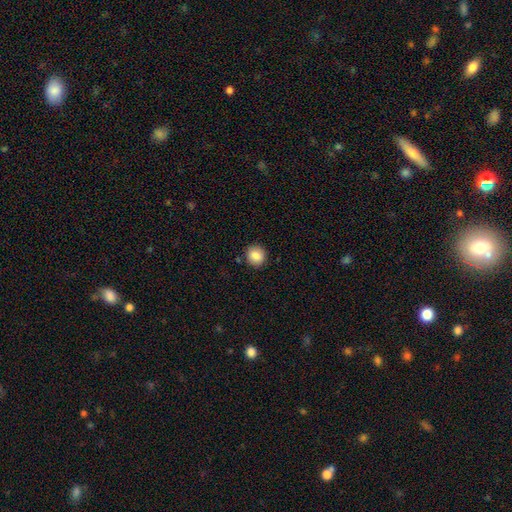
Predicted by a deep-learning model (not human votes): This is clearly a smooth galaxy (87%). How rounded: clearly round (85%). Merging: clearly none (89%).